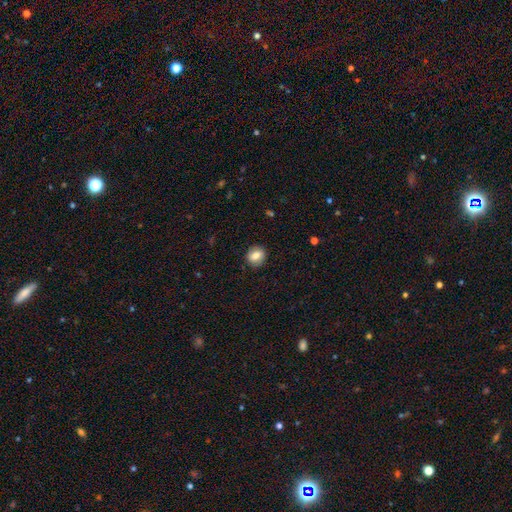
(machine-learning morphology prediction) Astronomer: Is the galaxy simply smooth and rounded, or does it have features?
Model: smooth — 73%.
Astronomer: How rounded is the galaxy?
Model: round — 68%.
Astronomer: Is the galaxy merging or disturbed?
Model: none — 86%.